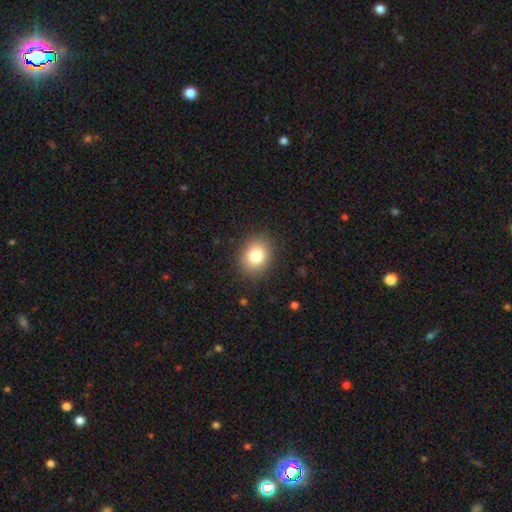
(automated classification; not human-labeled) smooth-or-featured: smooth: 80% | star or artifact: 10% | featured or disk: 9%
  how-rounded: round: 55% | in between: 44% | cigar-shaped: 1%
  merging: none: 88% | minor disturbance: 8% | major disturbance: 3% | merger: 1%